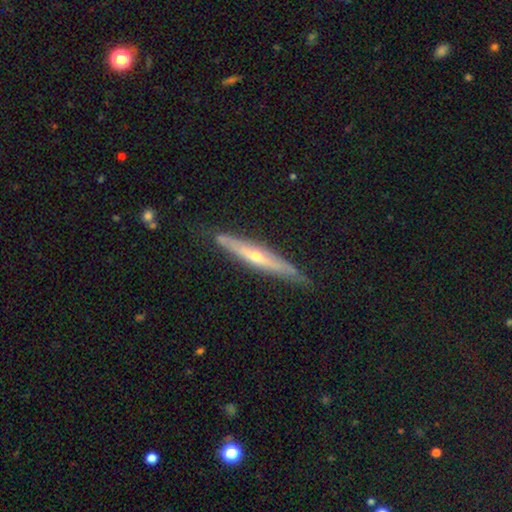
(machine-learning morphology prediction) This appears to be a featured or disk galaxy (71%) viewed edge-on (93%) with a rounded central bulge (78%). Merging: none (81%).